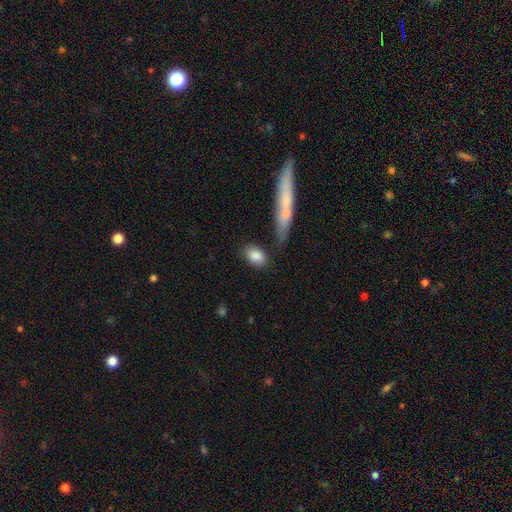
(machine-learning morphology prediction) smooth_or_featured: smooth (p=0.85) [alt: featured or disk p=0.08]
how_rounded: in between (p=0.81) [alt: round p=0.16]
merging: none (p=0.74) [alt: minor disturbance p=0.15]